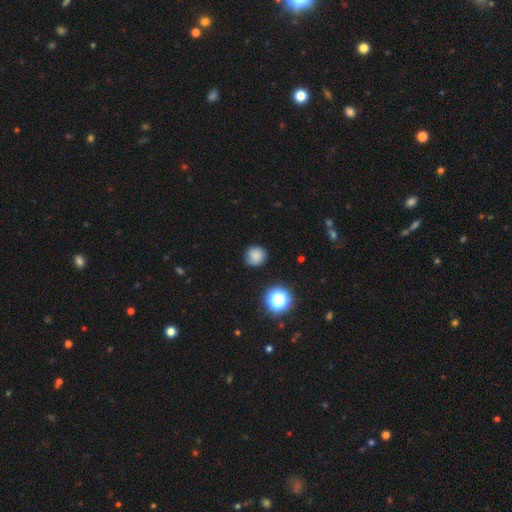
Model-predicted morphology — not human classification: Smooth or featured?
  - smooth: 79% *
  - star or artifact: 14%
  - featured or disk: 7%
How rounded?
  - round: 89% *
  - in between: 10%
  - cigar-shaped: 1%
Merging?
  - none: 80% *
  - minor disturbance: 15%
  - major disturbance: 4%
  - merger: 2%